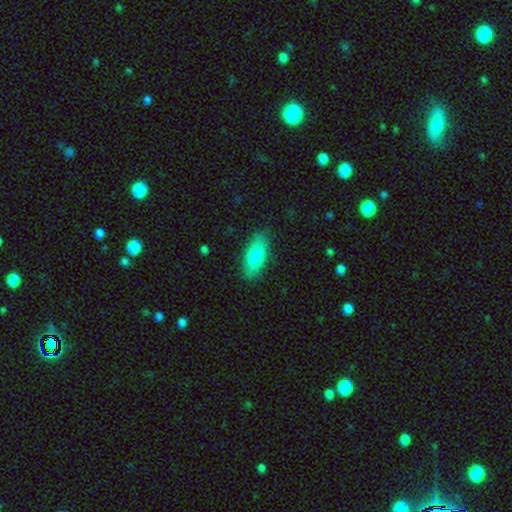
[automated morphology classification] The model was most divided on "smooth or featured": smooth: 78%, featured or disk: 16%, star or artifact: 6%. More confident: merging — none (84%); how rounded — in between (82%).